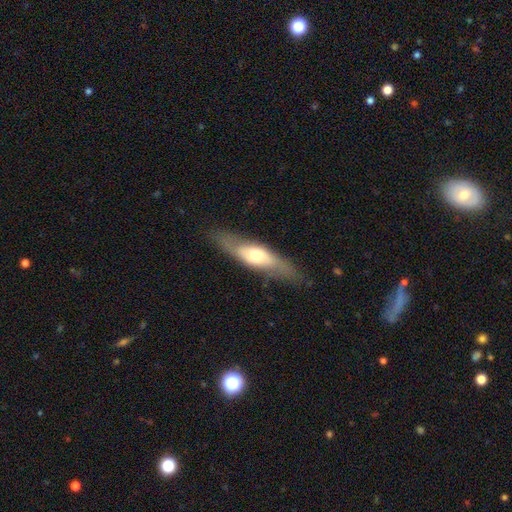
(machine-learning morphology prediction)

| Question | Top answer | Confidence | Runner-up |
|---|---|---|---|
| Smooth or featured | featured or disk | 51% | smooth (43%) |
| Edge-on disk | yes | 57% | no (43%) |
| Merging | none | 78% | minor disturbance (15%) |